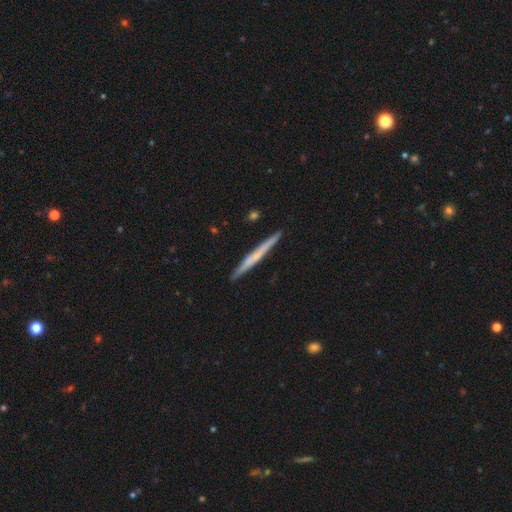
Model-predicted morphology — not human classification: featured or disk 54%, smooth 40%, star or artifact 5%. Down the decision tree: edge-on disk — yes (98%); edge-on bulge — none (71%); merging — none (92%).